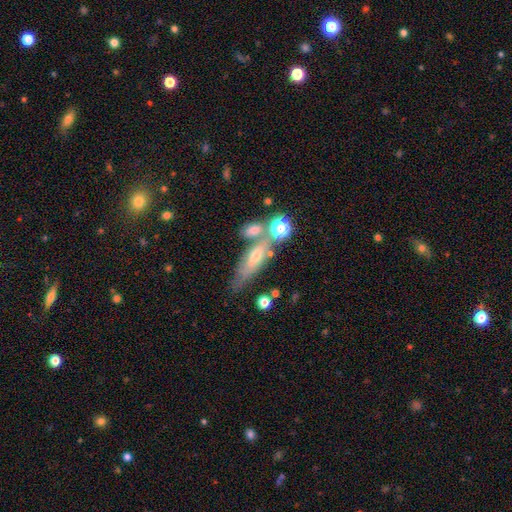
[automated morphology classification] Overall: featured or disk (45%; smooth 43%). Merging: none (46%; merger 28%).